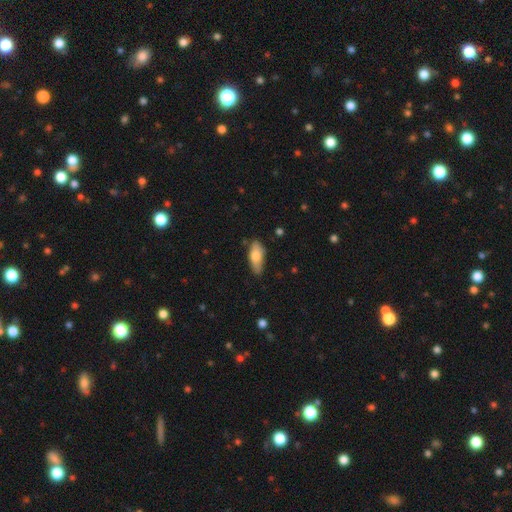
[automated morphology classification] This is likely a smooth galaxy (73%). How rounded: likely in between (75%). Merging: likely none (75%).